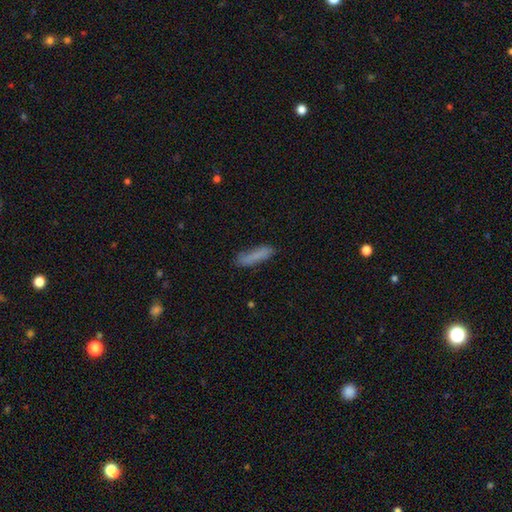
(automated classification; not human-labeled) A smooth galaxy with no disk features (82%) that is cigar-shaped (81%).

Vote fractions:
- Smooth or featured? smooth: 82% / featured or disk: 11% / star or artifact: 8%
- How rounded? cigar-shaped: 81% / in between: 17% / round: 2%
- Merging? none: 77% / minor disturbance: 17% / major disturbance: 4% / merger: 2%